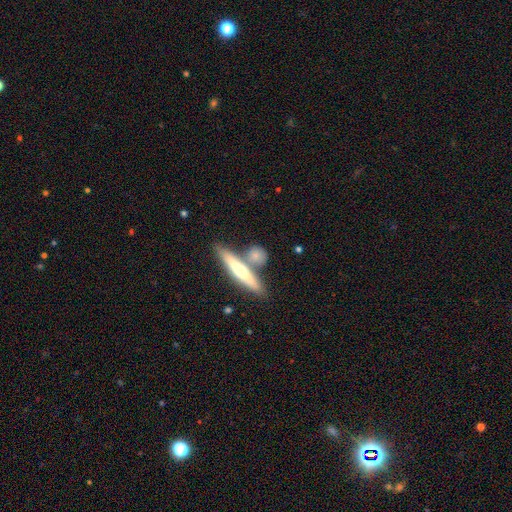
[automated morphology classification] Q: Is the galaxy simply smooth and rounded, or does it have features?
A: smooth — 59%.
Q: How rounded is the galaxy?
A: cigar-shaped — 58%.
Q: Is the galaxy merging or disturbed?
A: none — 62%.